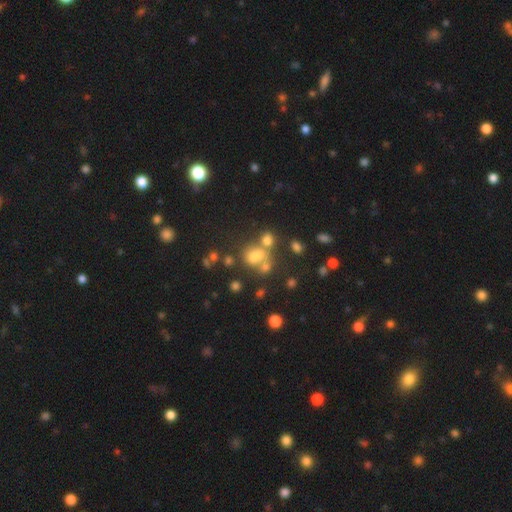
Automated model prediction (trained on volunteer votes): This appears to be a smooth galaxy with no disk features (55%) that is round (52%). Merging: none (40%).